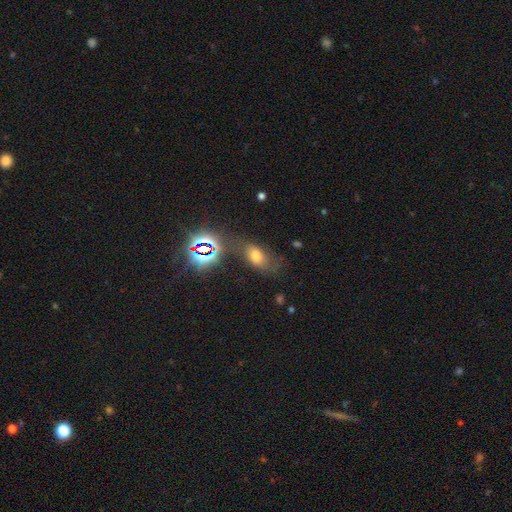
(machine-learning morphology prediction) This is possibly a smooth galaxy (57%). How rounded: clearly in between (84%). Merging: possibly none (55%).